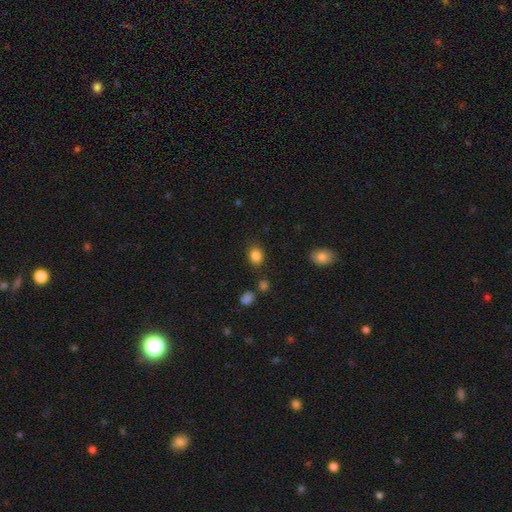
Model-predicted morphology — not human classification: smooth_or_featured: smooth (p=0.85) [alt: star or artifact p=0.11]
how_rounded: round (p=0.50) [alt: in between p=0.49]
merging: none (p=0.82) [alt: minor disturbance p=0.11]